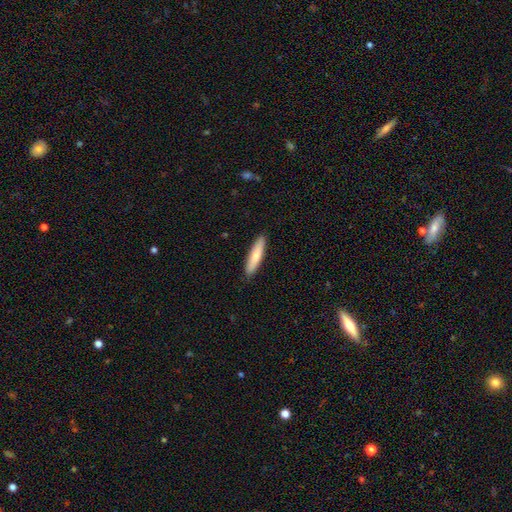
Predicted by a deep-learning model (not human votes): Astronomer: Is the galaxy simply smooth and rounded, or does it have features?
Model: smooth — 76%.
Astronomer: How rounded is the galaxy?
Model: cigar-shaped — 82%.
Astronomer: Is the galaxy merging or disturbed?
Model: none — 90%.